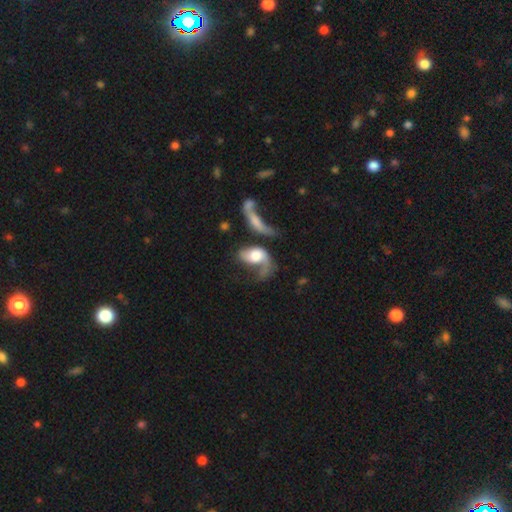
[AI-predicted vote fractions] The model was most divided on "bulge size": large: 41%, moderate: 40%, small: 8%, dominant: 6%, none: 5%. Remaining: edge-on disk — no (94%); spiral arms — yes (79%); bar — no (70%); smooth or featured — featured or disk (62%); merging — major disturbance (38%).